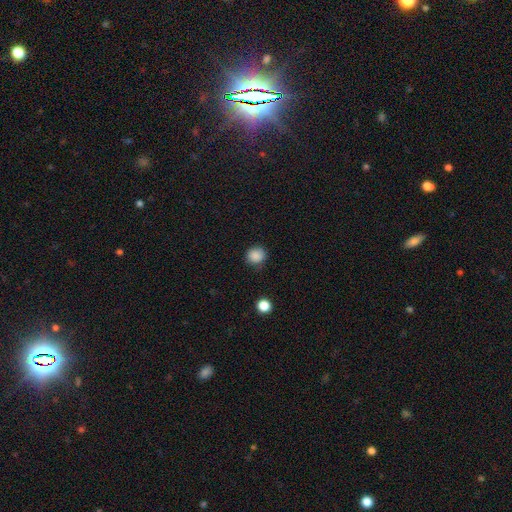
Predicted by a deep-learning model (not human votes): smooth 86%, star or artifact 11%, featured or disk 3%. Down the decision tree: how rounded — round (86%); merging — none (81%).